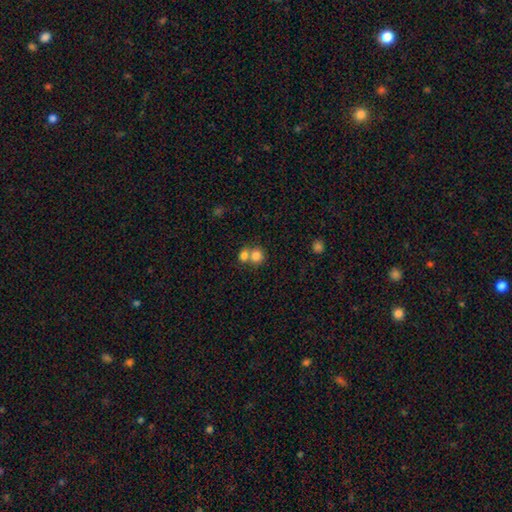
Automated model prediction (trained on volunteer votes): Q: Smooth or featured?
A: smooth (80%); runner-up: star or artifact (10%)
Q: How rounded?
A: round (78%); runner-up: in between (21%)
Q: Merging?
A: merger (53%); runner-up: none (38%)